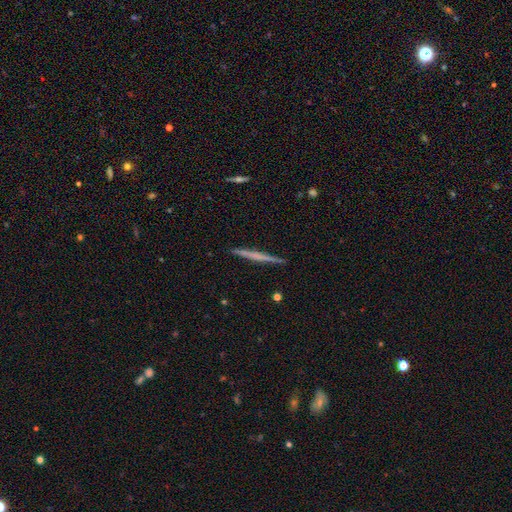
Smooth or featured?
  - featured or disk: 51% *
  - smooth: 46%
  - star or artifact: 3%
Edge-on disk?
  - yes: 100% *
  - no: 0%
Edge-on bulge?
  - none: 47% *
  - boxy: 26%
  - rounded: 26%
Merging?
  - none: 86% *
  - minor disturbance: 8%
  - major disturbance: 3%
  - merger: 3%